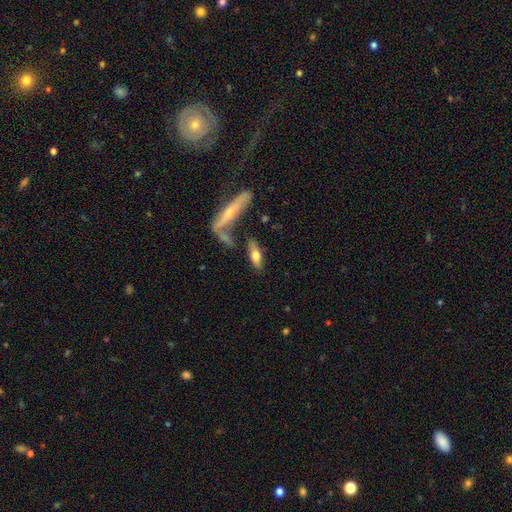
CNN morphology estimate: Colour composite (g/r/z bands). It shows a smooth galaxy with no disk features (59%) that is in between round and cigar-shaped (56%). Merging: none (68%).